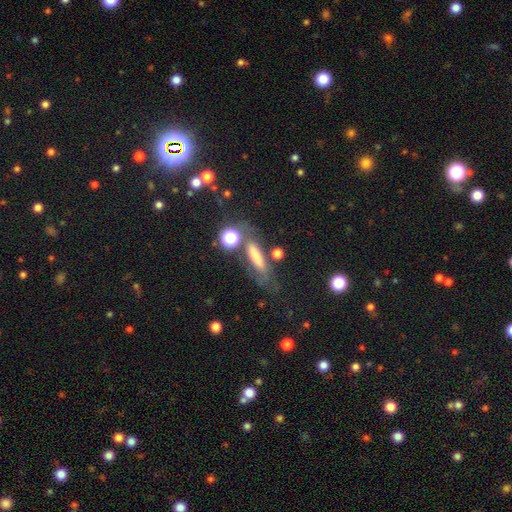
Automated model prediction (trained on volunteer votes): smooth_or_featured: smooth (p=0.41) [alt: star or artifact p=0.31]
merging: none (p=0.61) [alt: minor disturbance p=0.19]